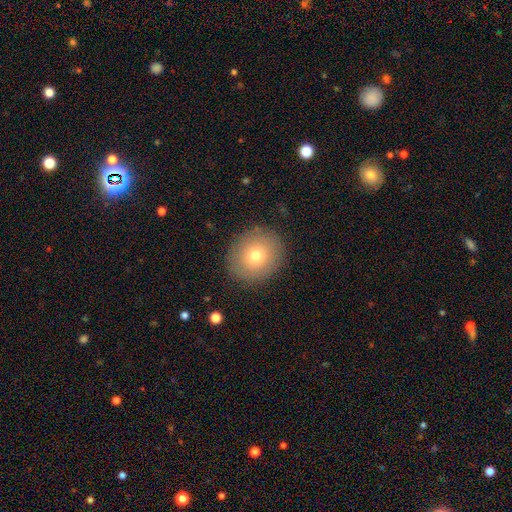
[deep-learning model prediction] A smooth galaxy with no disk features (74%) that is round (79%).

Vote fractions:
- Smooth or featured? smooth: 74% / featured or disk: 16% / star or artifact: 10%
- How rounded? round: 79% / in between: 20% / cigar-shaped: 1%
- Merging? none: 88% / minor disturbance: 8% / major disturbance: 3% / merger: 1%